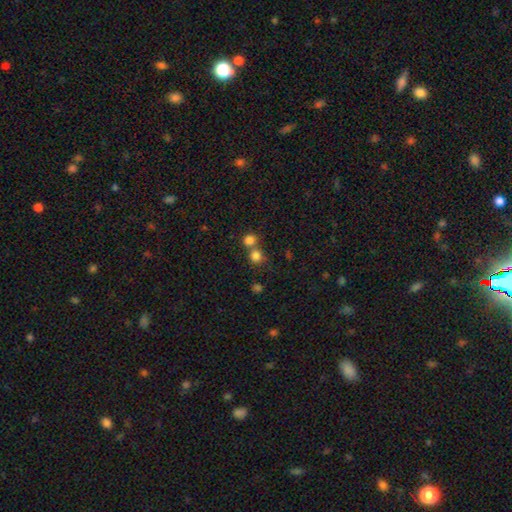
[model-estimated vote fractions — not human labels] smooth-or-featured: smooth: 79% | star or artifact: 14% | featured or disk: 7%
  how-rounded: round: 87% | in between: 12% | cigar-shaped: 1%
  merging: none: 53% | merger: 38% | minor disturbance: 6% | major disturbance: 3%